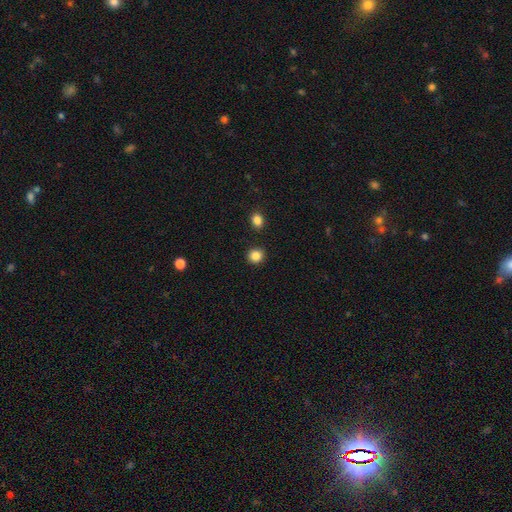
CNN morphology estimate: Q: Smooth or featured?
A: smooth (85%); runner-up: star or artifact (11%)
Q: How rounded?
A: round (87%); runner-up: in between (12%)
Q: Merging?
A: none (90%); runner-up: minor disturbance (6%)